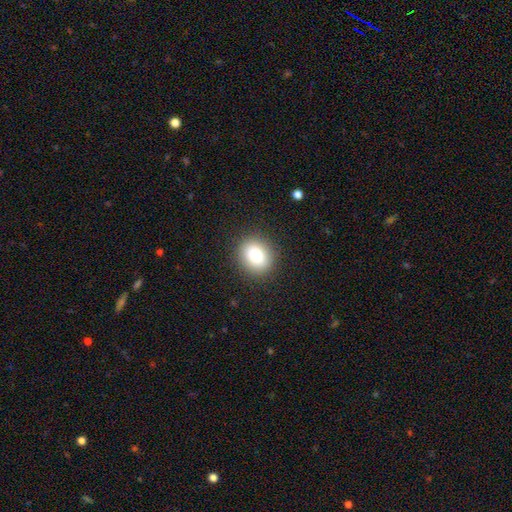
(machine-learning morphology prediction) smooth 80%, star or artifact 11%, featured or disk 10%. Down the decision tree: how rounded — round (69%); merging — none (90%).